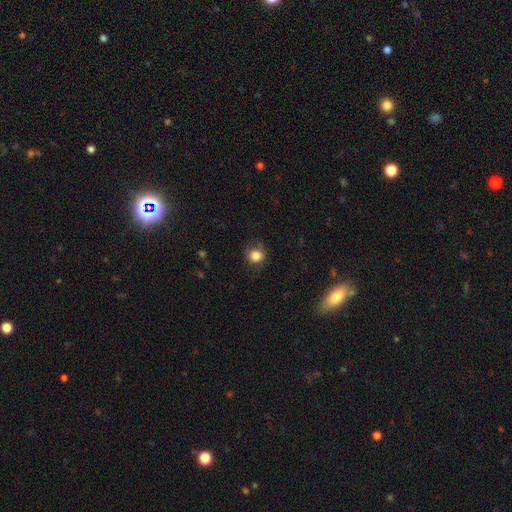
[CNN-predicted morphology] Smooth or featured? smooth (83%)
How rounded? round (85%)
Merging? none (76%)